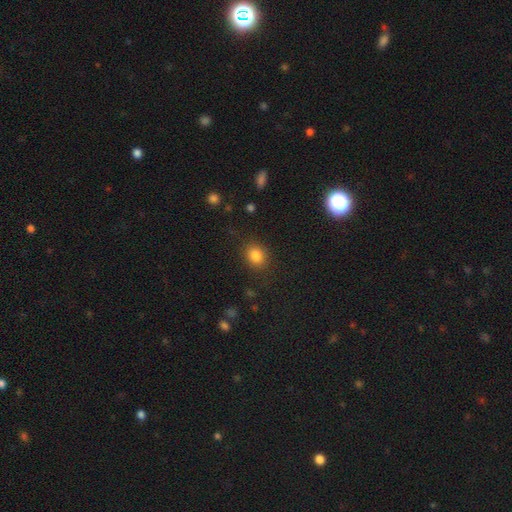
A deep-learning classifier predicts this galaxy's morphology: smooth 84%, star or artifact 11%, featured or disk 5%. Down the decision tree: how rounded — round (55%); merging — none (84%).